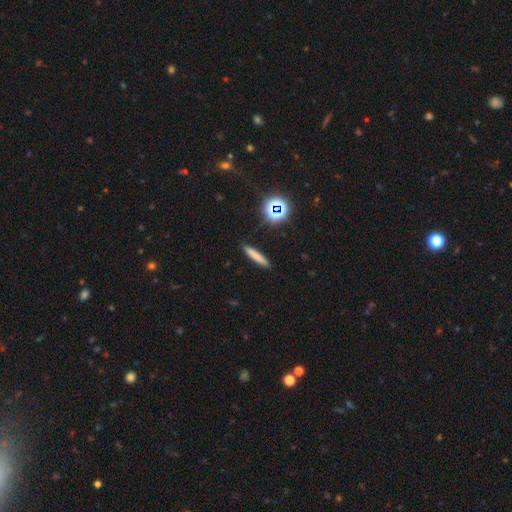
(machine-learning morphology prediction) Smooth or featured? Predicted: smooth (p=0.75). How rounded? Predicted: cigar-shaped (p=0.91). Merging? Predicted: none (p=0.90).